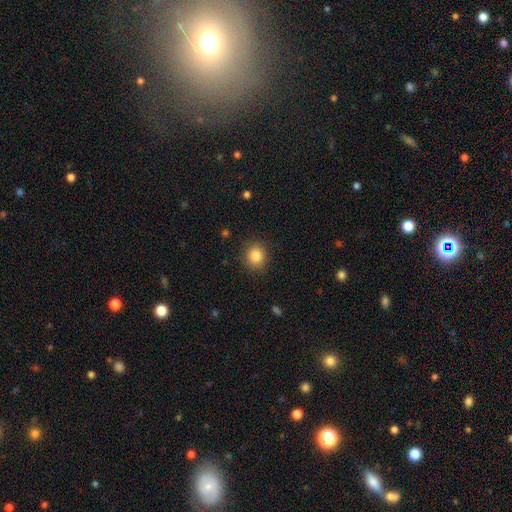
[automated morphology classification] Smooth or featured: smooth — 85% (star or artifact — 10%)
How rounded: round — 82% (in between — 17%)
Merging: none — 87% (minor disturbance — 9%)